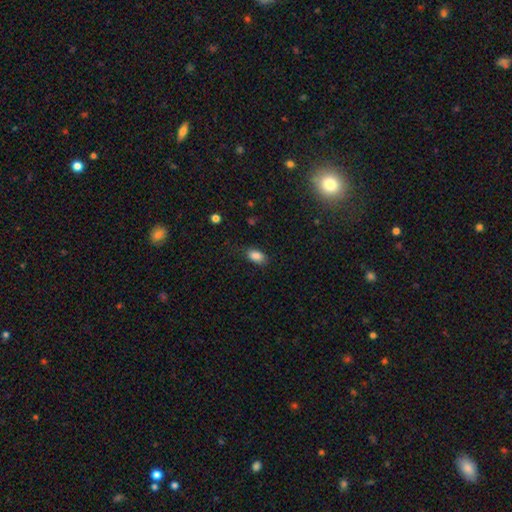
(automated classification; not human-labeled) smooth-or-featured: smooth: 87% | star or artifact: 9% | featured or disk: 5%
  how-rounded: in between: 89% | round: 8% | cigar-shaped: 2%
  merging: none: 79% | minor disturbance: 16% | major disturbance: 4% | merger: 1%